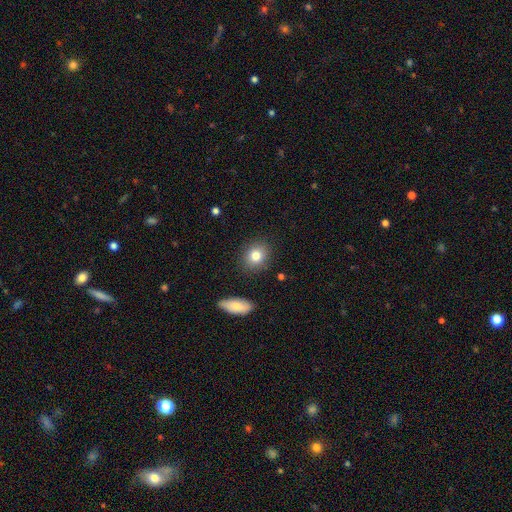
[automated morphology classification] Smooth or featured?
  - smooth: 81% *
  - star or artifact: 10%
  - featured or disk: 9%
How rounded?
  - round: 67% *
  - in between: 31%
  - cigar-shaped: 1%
Merging?
  - none: 87% *
  - minor disturbance: 9%
  - major disturbance: 2%
  - merger: 2%